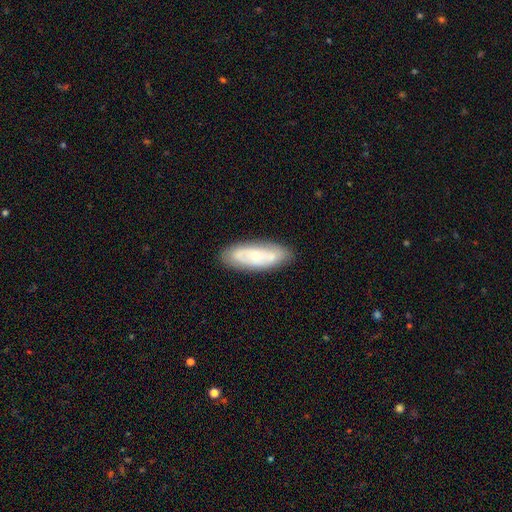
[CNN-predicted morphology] This appears to be a featured or disk galaxy (50%). Merging: none (83%).